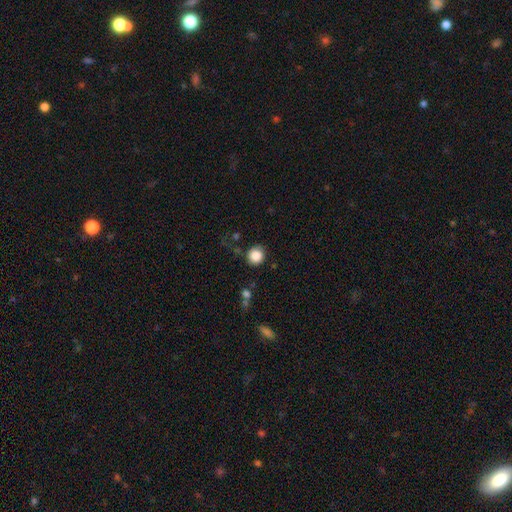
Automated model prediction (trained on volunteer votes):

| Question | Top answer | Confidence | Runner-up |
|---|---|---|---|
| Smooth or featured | smooth | 87% | star or artifact (9%) |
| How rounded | round | 91% | in between (8%) |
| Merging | none | 82% | minor disturbance (12%) |